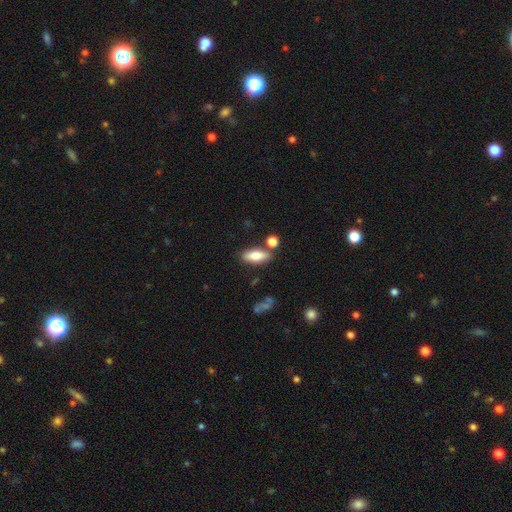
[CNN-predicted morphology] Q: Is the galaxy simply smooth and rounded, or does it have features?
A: smooth — 77%.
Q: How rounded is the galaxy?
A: in between — 73%.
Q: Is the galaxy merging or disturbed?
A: none — 75%.